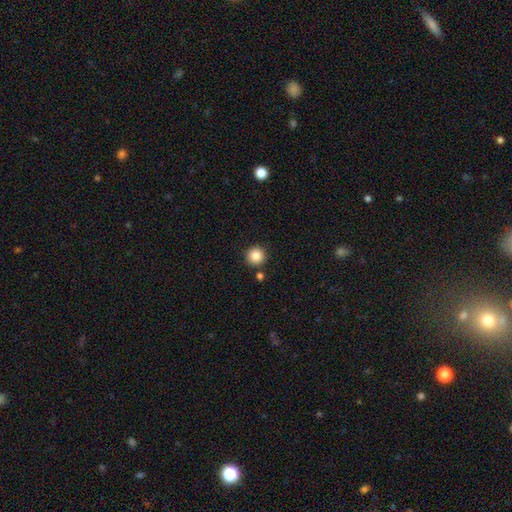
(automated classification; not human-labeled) This is clearly a smooth galaxy (86%). How rounded: clearly round (96%). Merging: clearly none (89%).